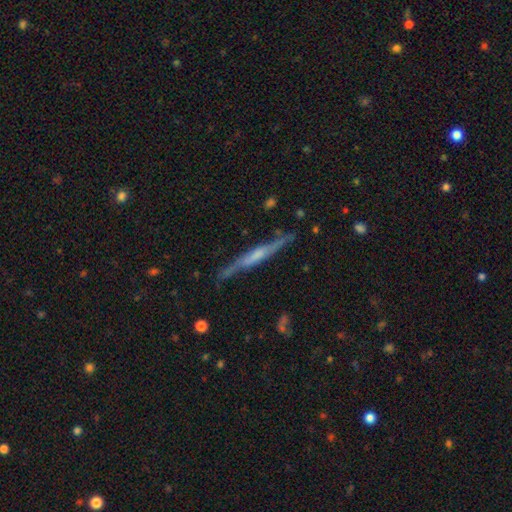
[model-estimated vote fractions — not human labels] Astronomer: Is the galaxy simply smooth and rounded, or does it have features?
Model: featured or disk — 68%.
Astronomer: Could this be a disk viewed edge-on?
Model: yes — 95%.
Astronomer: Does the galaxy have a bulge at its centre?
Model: none — 36% (runner-up: rounded, 35%).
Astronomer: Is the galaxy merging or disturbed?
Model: none — 79%.